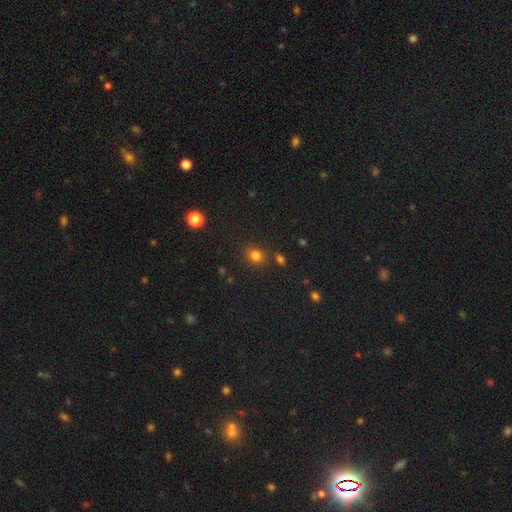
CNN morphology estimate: Smooth or featured? Predicted: smooth (p=0.78). How rounded? Predicted: round (p=0.66). Merging? Predicted: none (p=0.79).